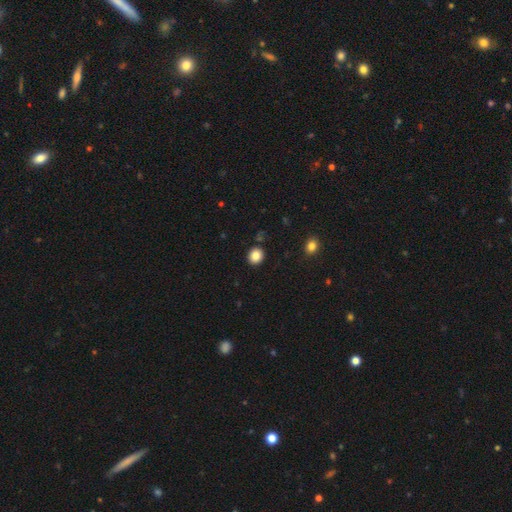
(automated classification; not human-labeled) Smooth or featured?
  - smooth: 85% *
  - star or artifact: 10%
  - featured or disk: 5%
How rounded?
  - round: 74% *
  - in between: 26%
  - cigar-shaped: 1%
Merging?
  - none: 89% *
  - minor disturbance: 7%
  - merger: 2%
  - major disturbance: 2%